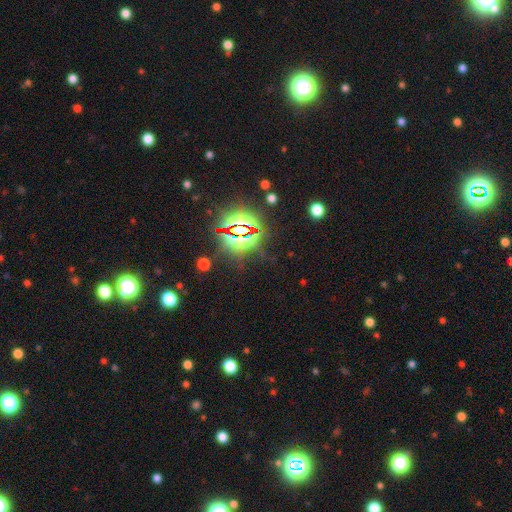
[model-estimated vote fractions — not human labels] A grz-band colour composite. It shows a star or artifact, not a galaxy (84%).